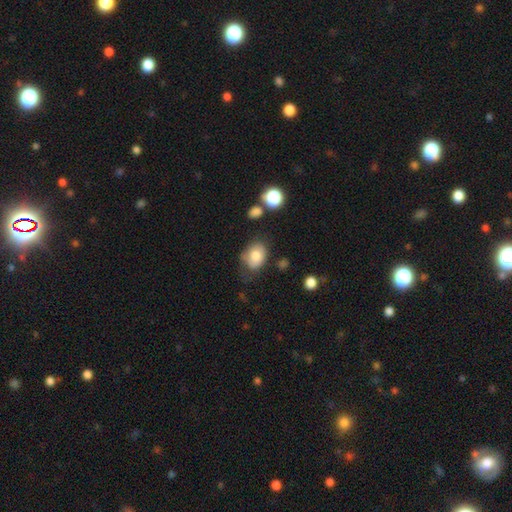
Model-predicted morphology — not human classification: Smooth or featured: smooth — 76% (featured or disk — 15%)
How rounded: in between — 65% (round — 34%)
Merging: none — 56% (minor disturbance — 28%)